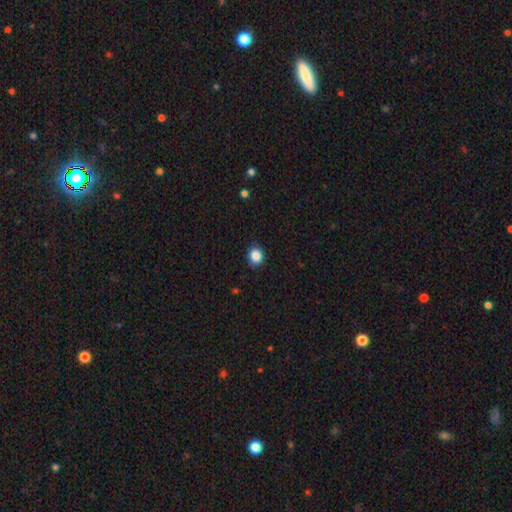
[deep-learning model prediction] The model was most divided on "how rounded": round: 74%, in between: 25%, cigar-shaped: 1%. More confident: merging — none (87%); smooth or featured — smooth (86%).